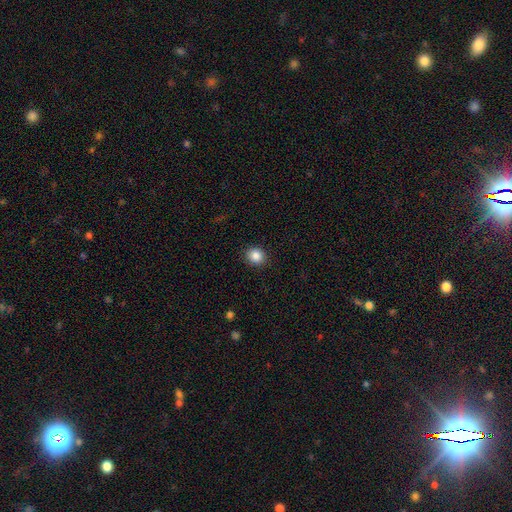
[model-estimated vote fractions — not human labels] smooth-or-featured: smooth: 86% | star or artifact: 10% | featured or disk: 5%
  how-rounded: round: 82% | in between: 17% | cigar-shaped: 1%
  merging: none: 91% | minor disturbance: 6% | major disturbance: 2% | merger: 1%